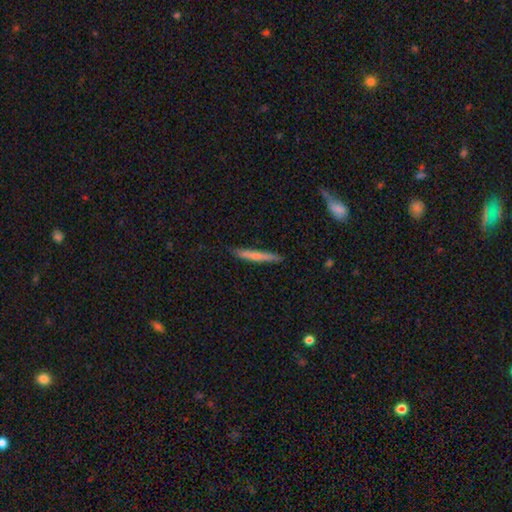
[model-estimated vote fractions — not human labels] A smooth galaxy with no disk features (62%) that is cigar-shaped (95%).

Vote fractions:
- Smooth or featured? smooth: 62% / featured or disk: 32% / star or artifact: 6%
- How rounded? cigar-shaped: 95% / in between: 3% / round: 1%
- Merging? none: 85% / minor disturbance: 11% / major disturbance: 2% / merger: 2%